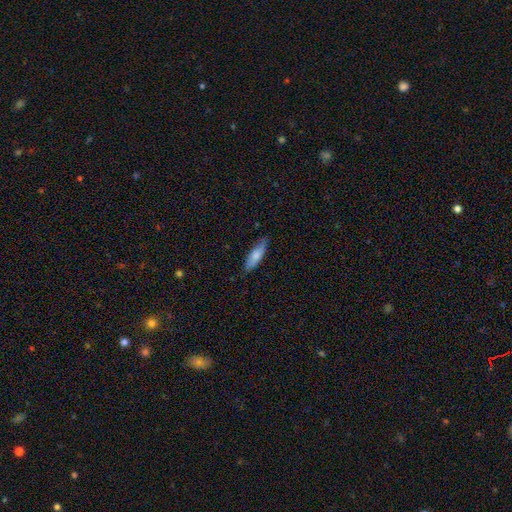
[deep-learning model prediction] A smooth galaxy with no disk features (72%) that is cigar-shaped (59%). Merging: none (81%).